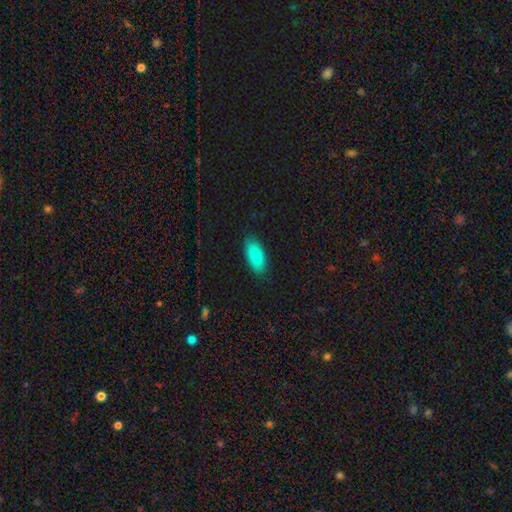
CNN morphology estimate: Overall: smooth (89%). How rounded: in between (89%). Merging: none (86%).